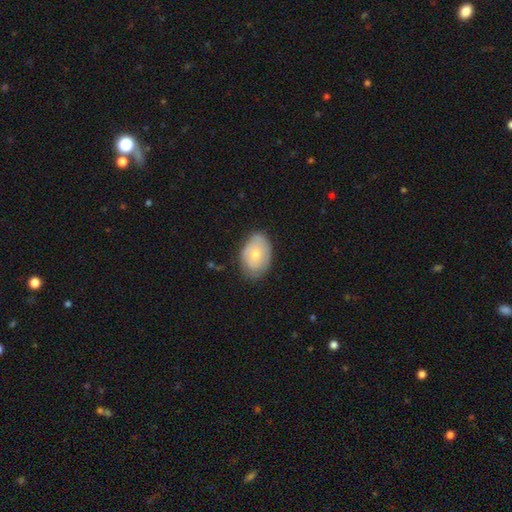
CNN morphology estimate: Smooth or featured? smooth (63%)
How rounded? in between (81%)
Merging? none (65%)